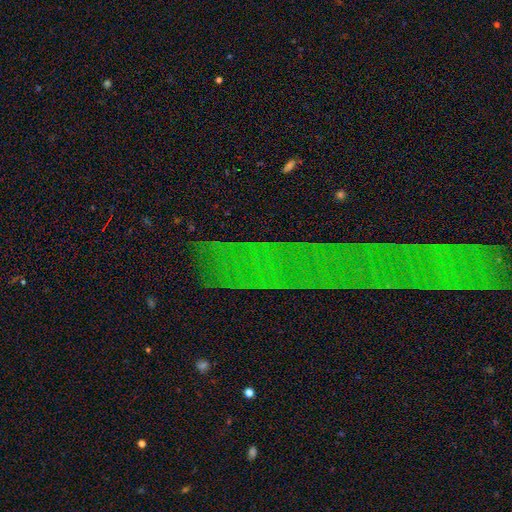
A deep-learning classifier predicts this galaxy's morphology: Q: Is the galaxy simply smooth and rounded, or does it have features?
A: star or artifact — 78%.